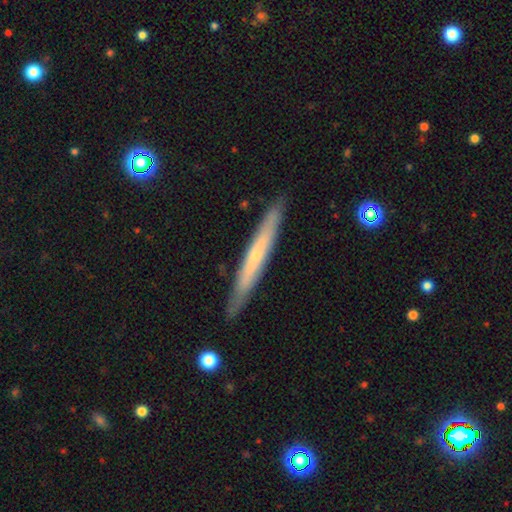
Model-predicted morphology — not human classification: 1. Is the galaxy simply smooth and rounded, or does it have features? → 57% featured or disk, 38% smooth, 6% star or artifact.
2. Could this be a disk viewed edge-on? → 92% yes, 8% no.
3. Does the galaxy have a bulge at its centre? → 52% none, 44% rounded, 3% boxy.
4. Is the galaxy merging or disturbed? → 88% none, 9% minor disturbance, 1% major disturbance, 1% merger.